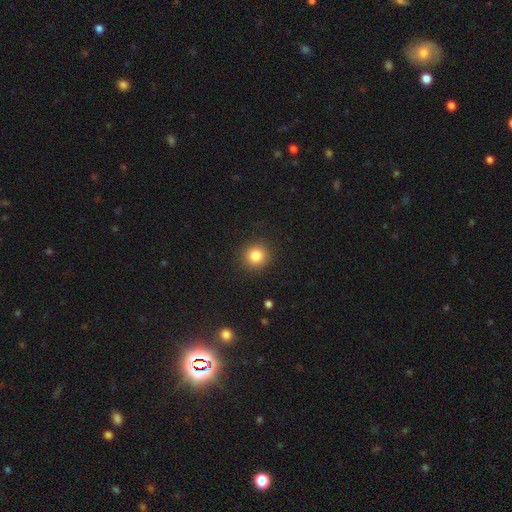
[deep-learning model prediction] A smooth galaxy with no disk features (83%) that is round (92%). Merging: none (91%).